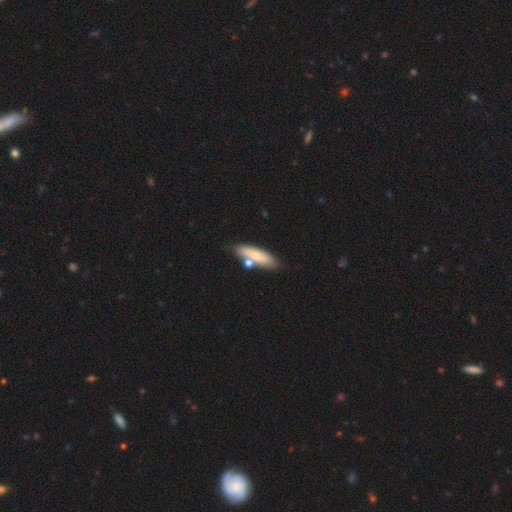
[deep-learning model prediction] smooth_or_featured: smooth (p=0.68) [alt: featured or disk p=0.25]
how_rounded: cigar-shaped (p=0.56) [alt: in between p=0.42]
merging: none (p=0.64) [alt: merger p=0.18]